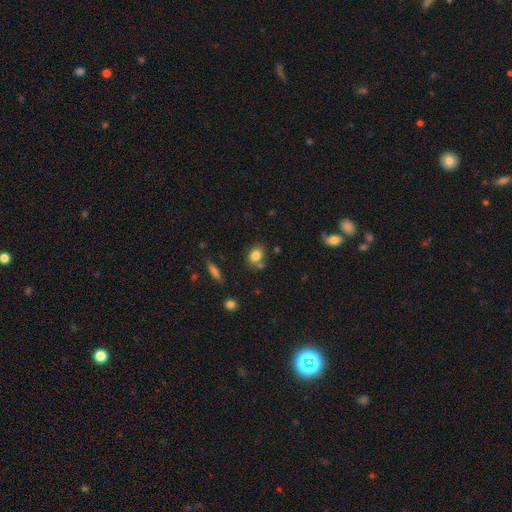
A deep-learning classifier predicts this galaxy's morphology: Smooth or featured? smooth (81%)
How rounded? in between (50%)
Merging? none (63%)